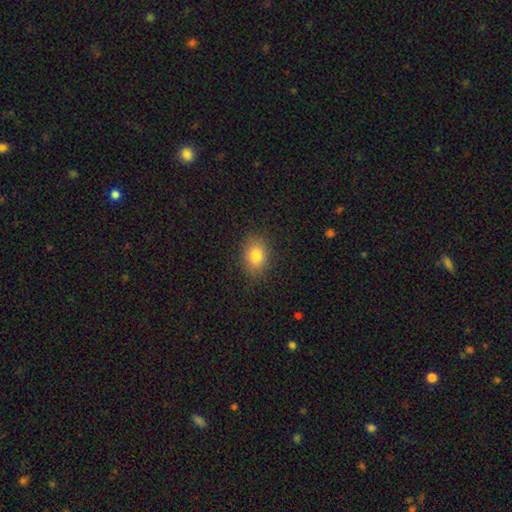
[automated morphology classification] type=smooth (81%); roundness=in between (64%); merging=none (85%).